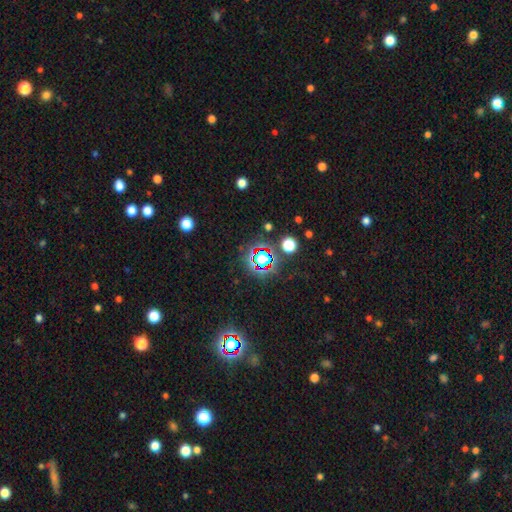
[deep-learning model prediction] Smooth or featured: star or artifact — 70% (smooth — 21%)